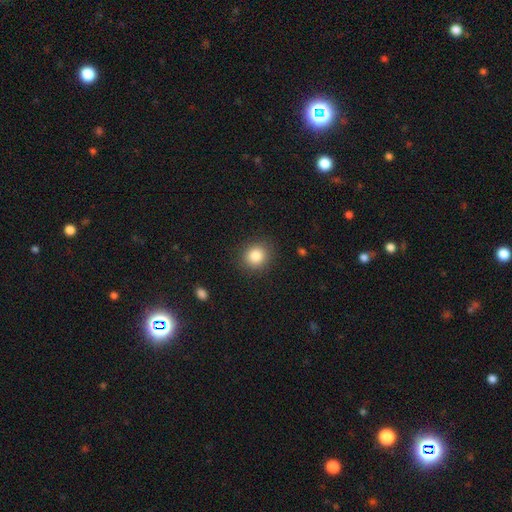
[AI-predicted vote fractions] The model was most divided on "how rounded": round: 83%, in between: 16%, cigar-shaped: 1%. More confident: merging — none (88%); smooth or featured — smooth (84%).